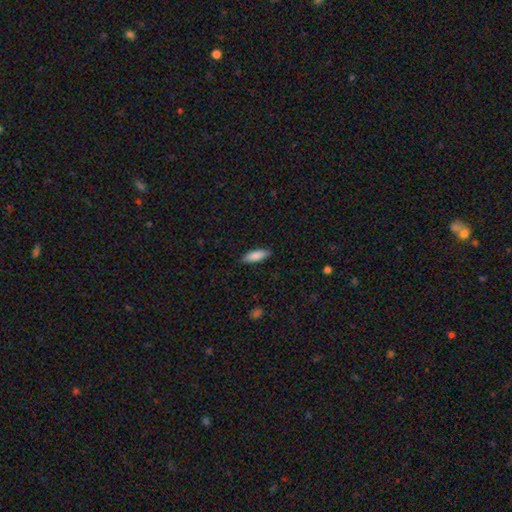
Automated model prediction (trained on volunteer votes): Smooth or featured? Predicted: smooth (p=0.86). How rounded? Predicted: in between (p=0.58). Merging? Predicted: none (p=0.86).